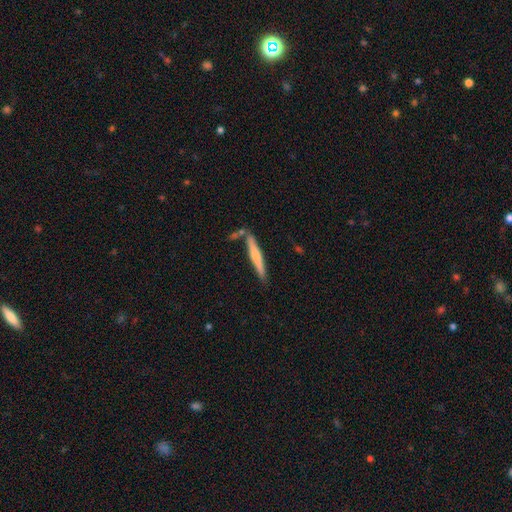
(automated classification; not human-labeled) A smooth galaxy with no disk features (55%) that is cigar-shaped (95%). Merging: none (78%).